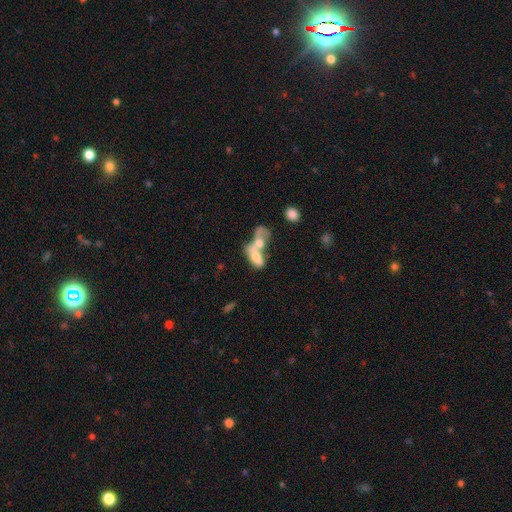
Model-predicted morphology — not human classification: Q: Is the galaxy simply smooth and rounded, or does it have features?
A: smooth — 61%.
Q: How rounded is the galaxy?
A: in between — 82%.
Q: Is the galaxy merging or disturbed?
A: merger — 73%.